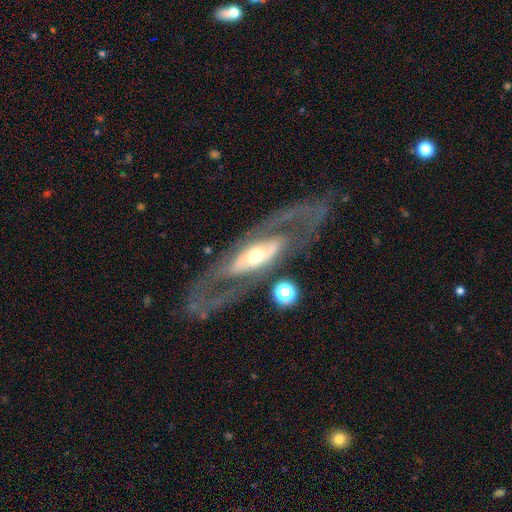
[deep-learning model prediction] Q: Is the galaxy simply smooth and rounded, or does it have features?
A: featured or disk — 82%.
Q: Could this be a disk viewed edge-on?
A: no — 80%.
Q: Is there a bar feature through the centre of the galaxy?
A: no — 62%.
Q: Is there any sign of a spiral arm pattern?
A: yes — 60%.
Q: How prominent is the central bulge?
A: moderate — 62%.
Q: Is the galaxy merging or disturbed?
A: none — 75%.